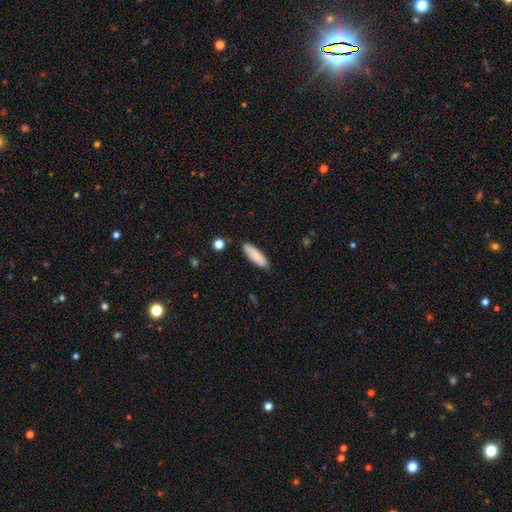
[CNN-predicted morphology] Smooth or featured? Predicted: smooth (p=0.82). How rounded? Predicted: cigar-shaped (p=0.53). Merging? Predicted: none (p=0.80).